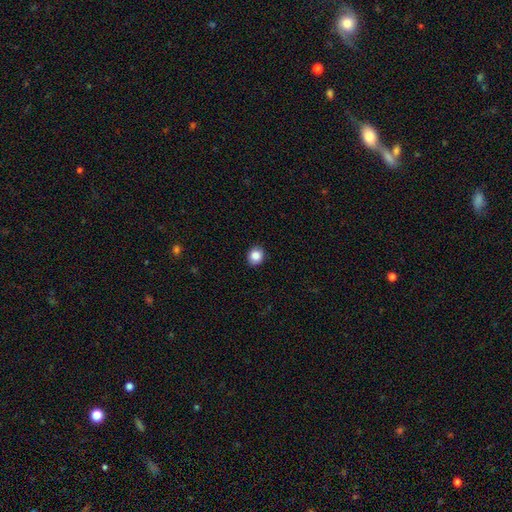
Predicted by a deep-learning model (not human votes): Morphology: type=smooth (86%); roundness=round (73%); merging=none (91%).